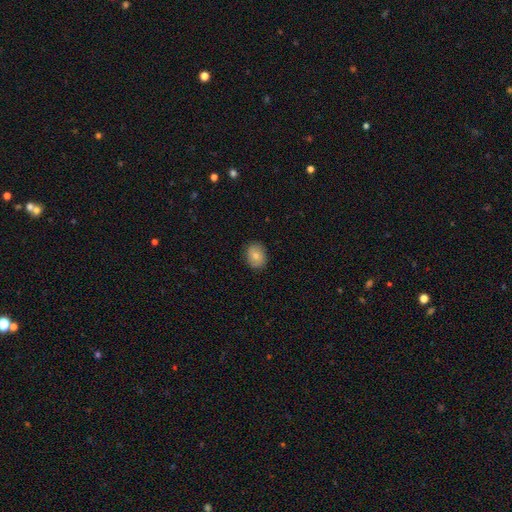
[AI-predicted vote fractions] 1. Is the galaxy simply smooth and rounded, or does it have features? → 79% smooth, 13% featured or disk, 8% star or artifact.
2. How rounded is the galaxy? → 56% in between, 42% round, 1% cigar-shaped.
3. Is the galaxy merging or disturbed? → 87% none, 10% minor disturbance, 2% major disturbance, 1% merger.